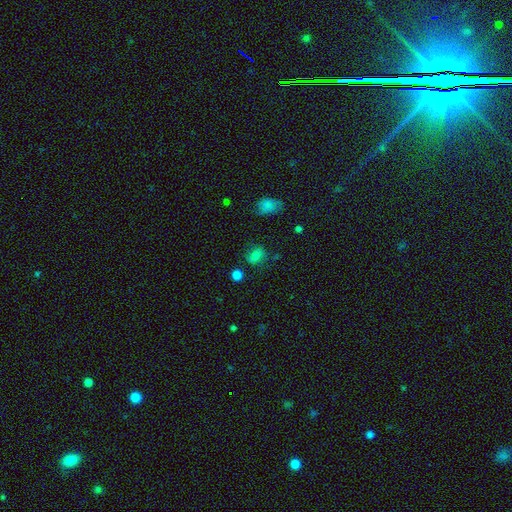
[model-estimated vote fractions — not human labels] This is likely a smooth galaxy (76%). How rounded: possibly round (49%, tied with in between). Merging: likely none (71%).